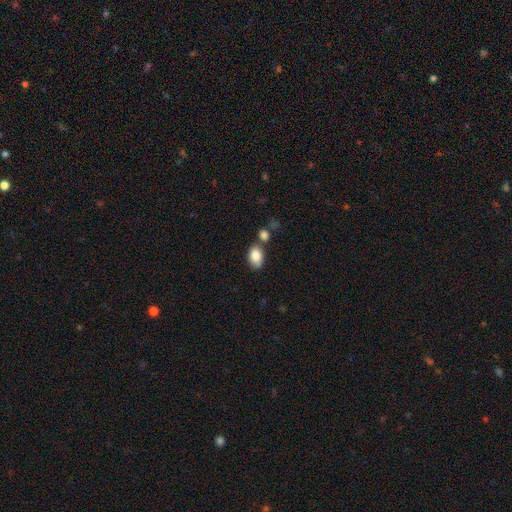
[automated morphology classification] Smooth or featured? Predicted: smooth (p=0.85). How rounded? Predicted: in between (p=0.85). Merging? Predicted: none (p=0.53).